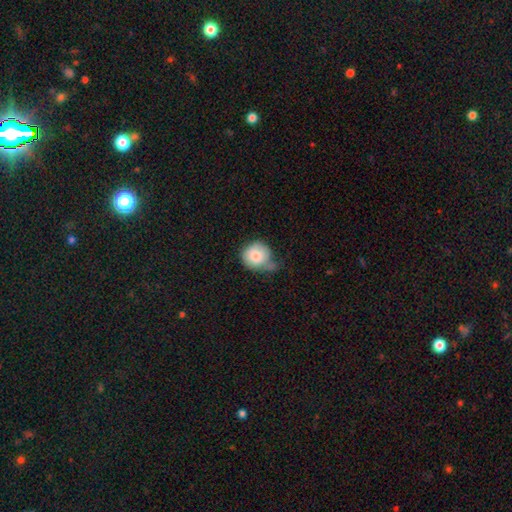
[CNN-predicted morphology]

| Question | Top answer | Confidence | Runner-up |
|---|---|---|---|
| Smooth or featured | smooth | 82% | featured or disk (10%) |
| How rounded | round | 89% | in between (10%) |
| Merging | none | 37% | tied: minor disturbance (37%) |